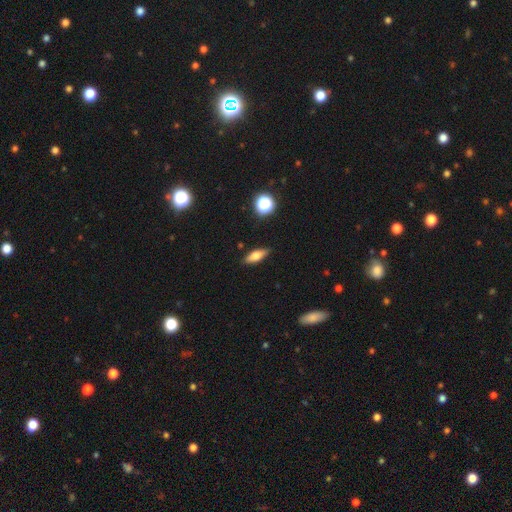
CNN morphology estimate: smooth_or_featured: smooth (p=0.66) [alt: featured or disk p=0.25]
how_rounded: in between (p=0.59) [alt: cigar-shaped p=0.37]
merging: none (p=0.86) [alt: minor disturbance p=0.10]